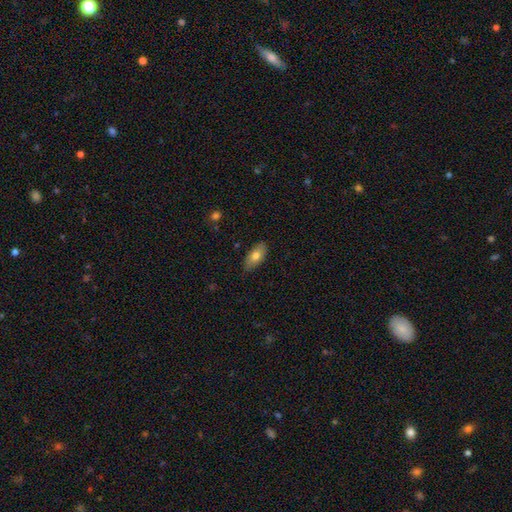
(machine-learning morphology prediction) type=smooth (75%); roundness=in between (89%); merging=none (84%).